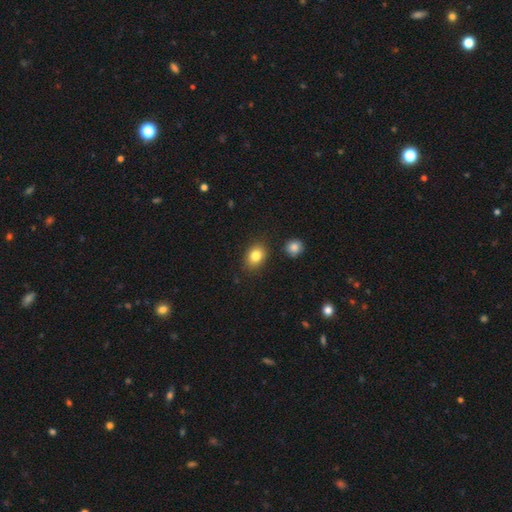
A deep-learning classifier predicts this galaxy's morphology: This appears to be a smooth galaxy with no disk features (83%) that is in between round and cigar-shaped (59%). Merging: none (84%).